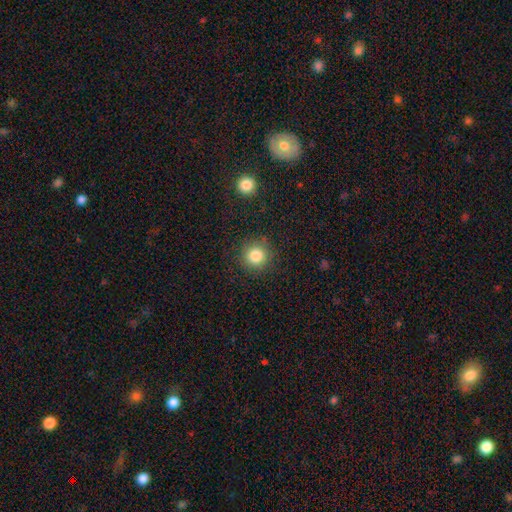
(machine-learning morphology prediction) A smooth galaxy with no disk features (83%) that is round (94%).

Vote fractions:
- Smooth or featured? smooth: 83% / star or artifact: 11% / featured or disk: 6%
- How rounded? round: 94% / in between: 5% / cigar-shaped: 1%
- Merging? none: 88% / minor disturbance: 8% / major disturbance: 3% / merger: 2%